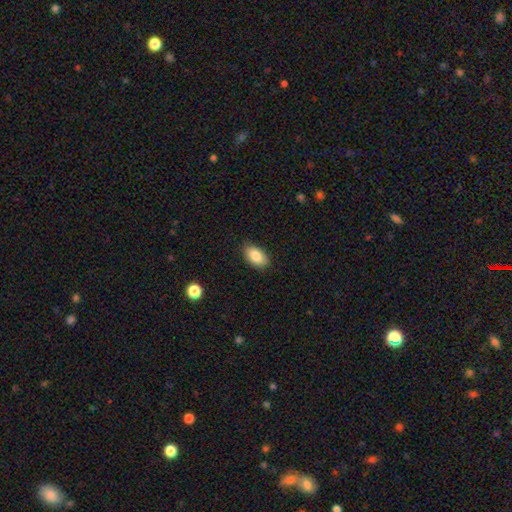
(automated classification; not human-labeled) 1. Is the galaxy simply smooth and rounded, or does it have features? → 86% smooth, 7% star or artifact, 7% featured or disk.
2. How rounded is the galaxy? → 93% in between, 5% round, 2% cigar-shaped.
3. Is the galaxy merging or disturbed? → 85% none, 11% minor disturbance, 2% major disturbance, 1% merger.